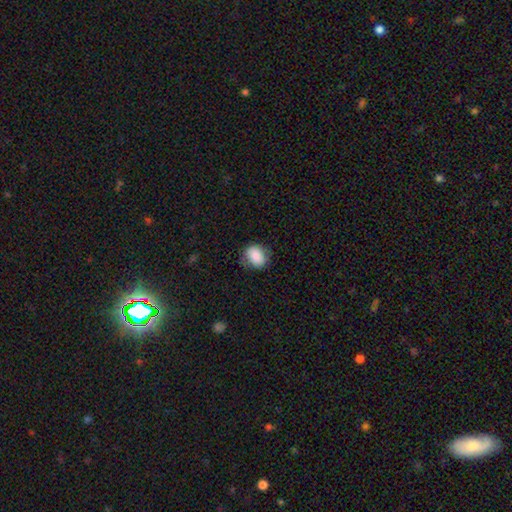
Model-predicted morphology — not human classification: smooth_or_featured: smooth (p=0.85) [alt: featured or disk p=0.08]
how_rounded: in between (p=0.54) [alt: round p=0.45]
merging: none (p=0.72) [alt: minor disturbance p=0.20]